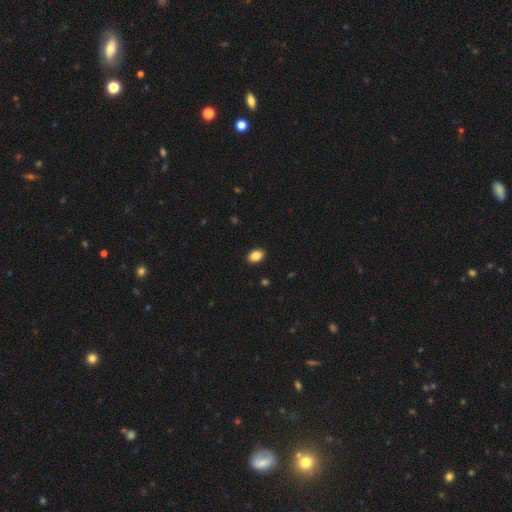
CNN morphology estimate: Smooth or featured? smooth (87%)
How rounded? in between (78%)
Merging? none (91%)